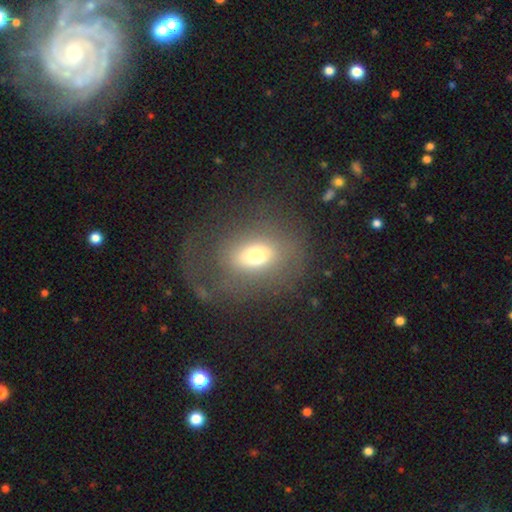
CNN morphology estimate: type=smooth (58%); roundness=in between (60%); merging=none (53%).